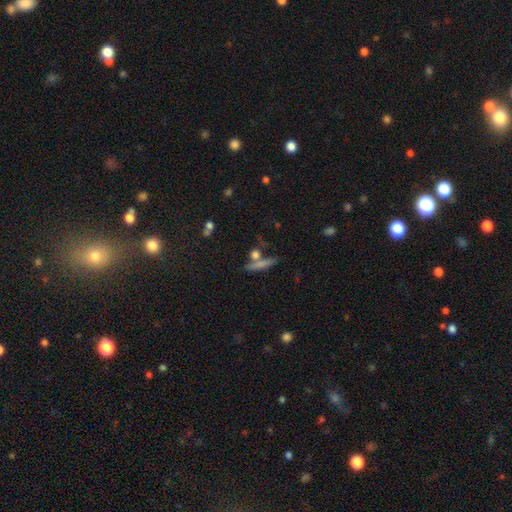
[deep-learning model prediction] This is possibly a smooth galaxy (51%). How rounded: likely cigar-shaped (70%). Merging: likely none (68%).